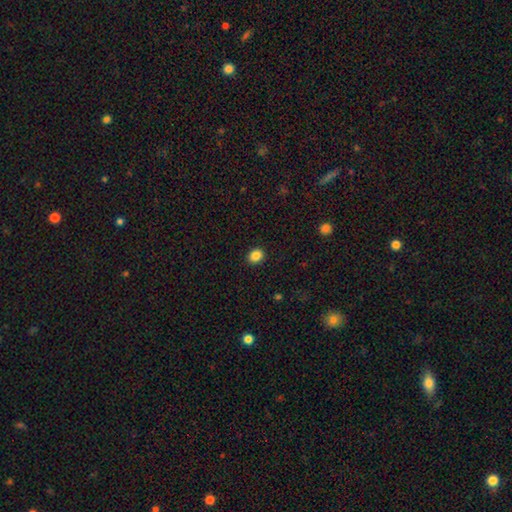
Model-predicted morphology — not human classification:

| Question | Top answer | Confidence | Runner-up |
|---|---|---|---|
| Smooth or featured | smooth | 86% | star or artifact (10%) |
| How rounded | round | 59% | in between (41%) |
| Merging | none | 91% | minor disturbance (6%) |